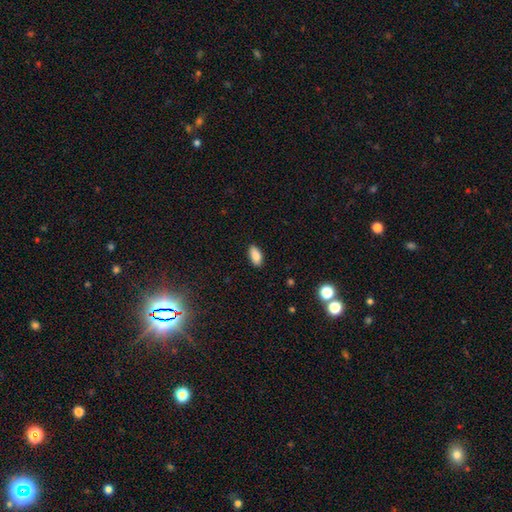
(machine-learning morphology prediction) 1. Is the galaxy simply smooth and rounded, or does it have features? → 87% smooth, 8% star or artifact, 5% featured or disk.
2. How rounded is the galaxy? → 90% in between, 7% cigar-shaped, 3% round.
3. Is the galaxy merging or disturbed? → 86% none, 11% minor disturbance, 2% major disturbance, 1% merger.